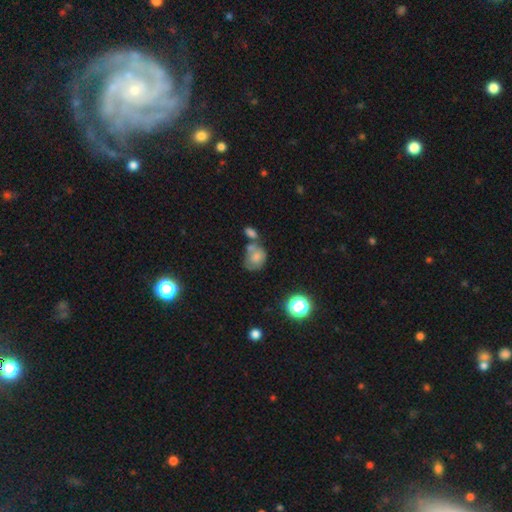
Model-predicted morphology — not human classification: Q: Smooth or featured?
A: smooth (66%); runner-up: featured or disk (22%)
Q: How rounded?
A: round (50%); runner-up: in between (49%)
Q: Merging?
A: merger (39%); runner-up: none (31%)